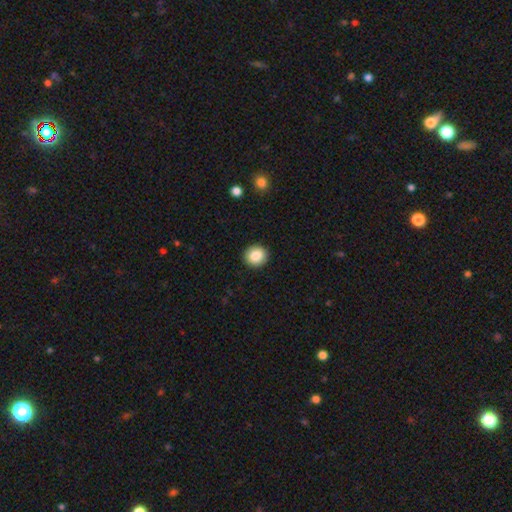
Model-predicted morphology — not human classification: A smooth galaxy with no disk features (87%) that is round (85%).

Vote fractions:
- Smooth or featured? smooth: 87% / star or artifact: 8% / featured or disk: 5%
- How rounded? round: 85% / in between: 14% / cigar-shaped: 1%
- Merging? none: 92% / minor disturbance: 5% / major disturbance: 2% / merger: 1%